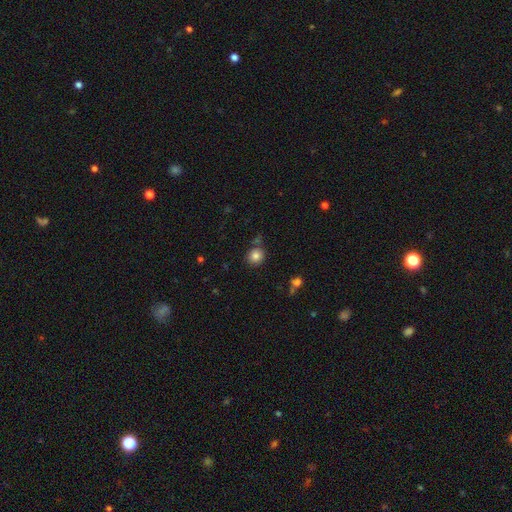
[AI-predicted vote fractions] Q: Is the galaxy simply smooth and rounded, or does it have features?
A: smooth — 83%.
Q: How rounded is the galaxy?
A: round — 86%.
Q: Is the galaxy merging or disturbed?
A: none — 77%.